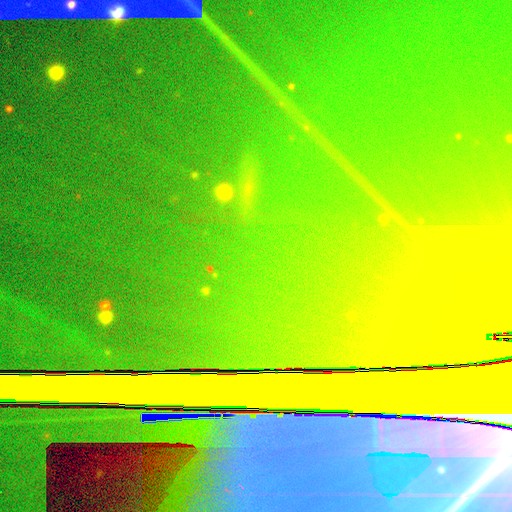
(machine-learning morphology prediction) Smooth or featured? star or artifact (85%)